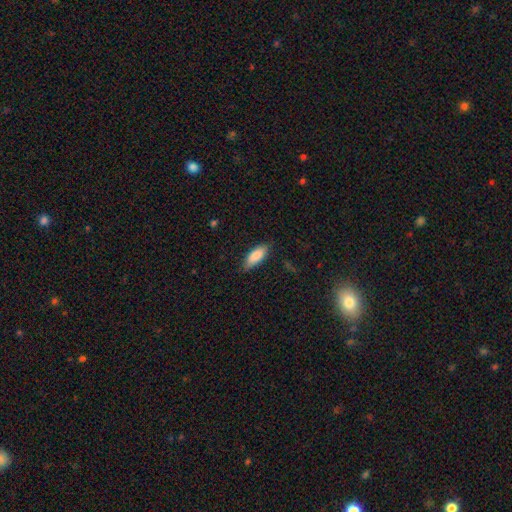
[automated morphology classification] Smooth or featured? smooth (86%)
How rounded? in between (79%)
Merging? none (78%)